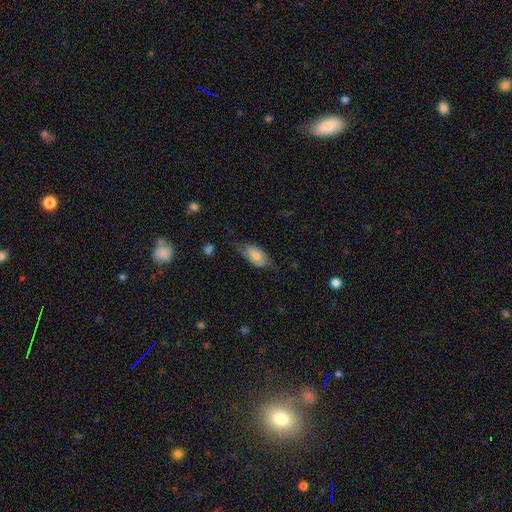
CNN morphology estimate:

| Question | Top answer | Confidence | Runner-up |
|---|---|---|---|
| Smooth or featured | smooth | 60% | featured or disk (33%) |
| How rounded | in between | 89% | cigar-shaped (8%) |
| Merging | none | 53% | minor disturbance (31%) |